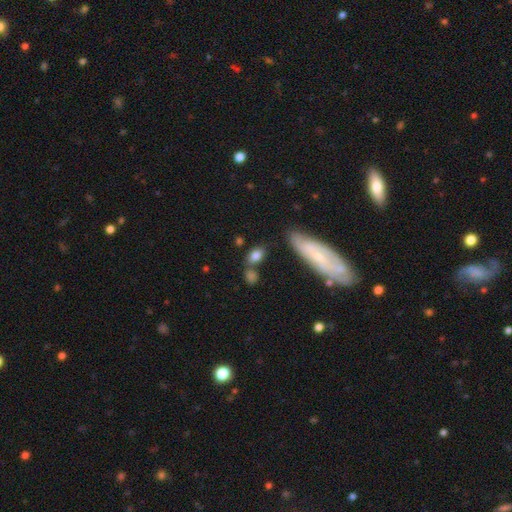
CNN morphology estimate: Overall: smooth (80%). How rounded: in between (81%). Merging: none (60%).